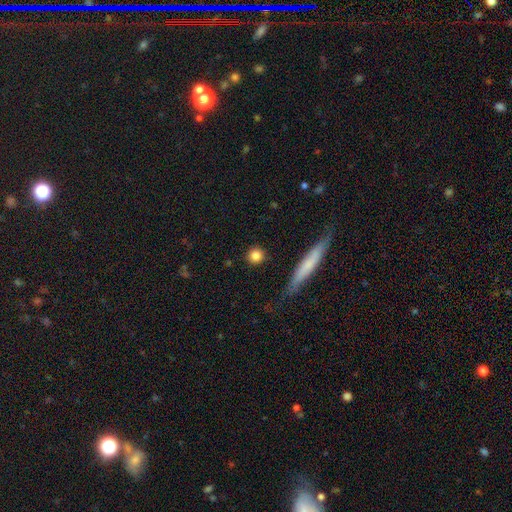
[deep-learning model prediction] The model was most divided on "smooth or featured": smooth: 83%, star or artifact: 8%, featured or disk: 8%. More confident: how rounded — round (89%); merging — none (88%).